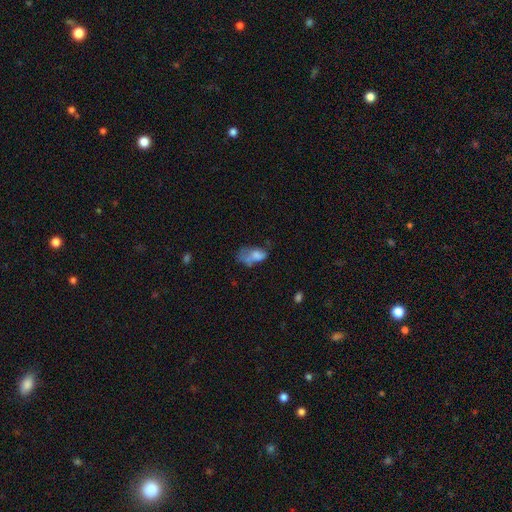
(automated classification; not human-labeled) Q: Smooth or featured?
A: smooth (62%); runner-up: featured or disk (26%)
Q: How rounded?
A: in between (88%); runner-up: round (8%)
Q: Merging?
A: major disturbance (35%); runner-up: minor disturbance (24%)